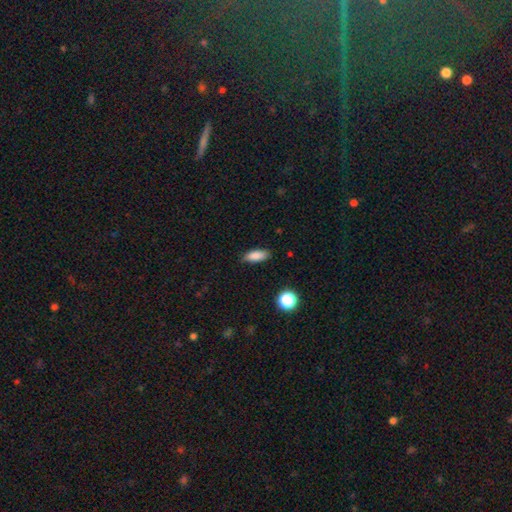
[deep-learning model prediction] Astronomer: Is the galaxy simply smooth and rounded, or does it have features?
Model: smooth — 85%.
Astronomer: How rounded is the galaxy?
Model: in between — 74%.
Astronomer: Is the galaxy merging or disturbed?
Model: none — 84%.